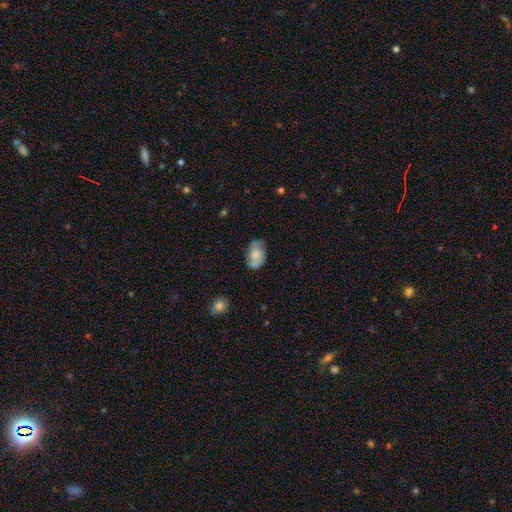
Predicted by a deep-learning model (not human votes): This appears to be a smooth galaxy with no disk features (55%) that is in between round and cigar-shaped (84%). Merging: none (64%).